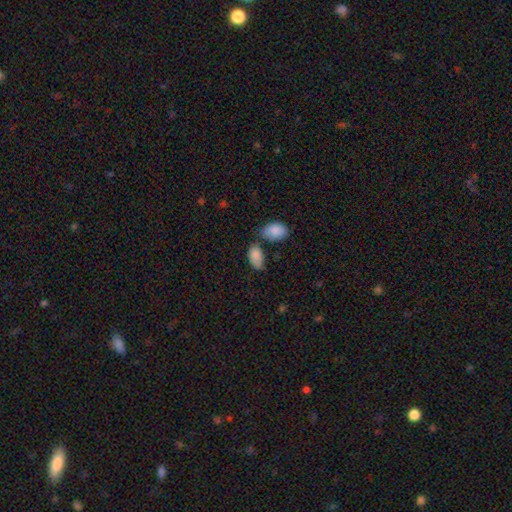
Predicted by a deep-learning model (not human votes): Morphology: type=smooth (84%); roundness=in between (93%); merging=none (40%).